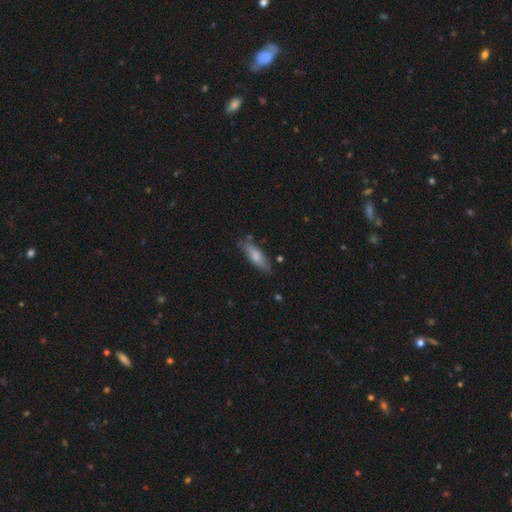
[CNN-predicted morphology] A smooth galaxy with no disk features (74%) that is cigar-shaped (52%). Merging: none (77%).